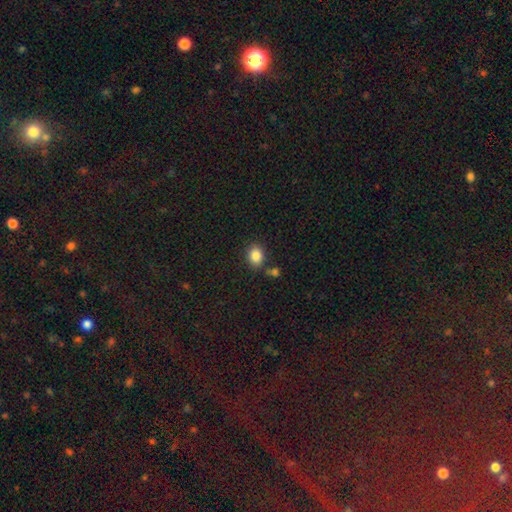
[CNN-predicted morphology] This is clearly a smooth galaxy (85%). How rounded: possibly in between (58%). Merging: likely none (75%).